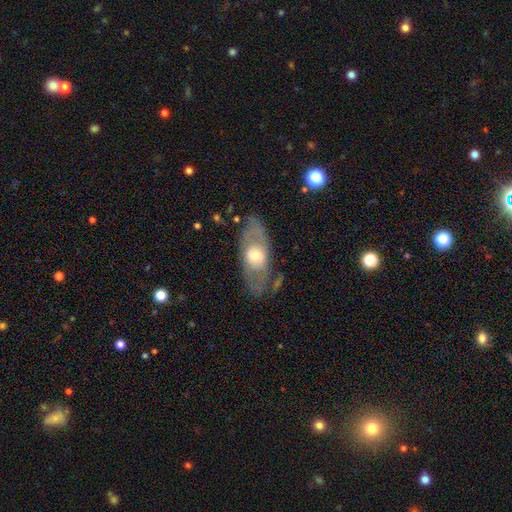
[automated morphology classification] smooth-or-featured: featured or disk: 54% | smooth: 39% | star or artifact: 6%
  disk-edge-on: no: 83% | yes: 17%
  merging: none: 70% | minor disturbance: 17% | major disturbance: 10% | merger: 3%